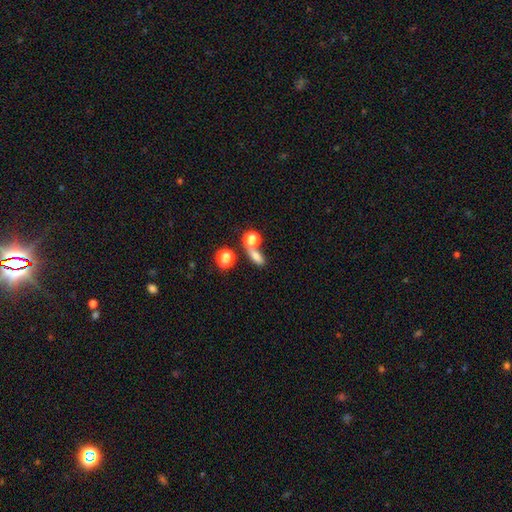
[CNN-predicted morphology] Overall: smooth (73%). How rounded: in between (63%; round 25%). Merging: none (49%; merger 34%).